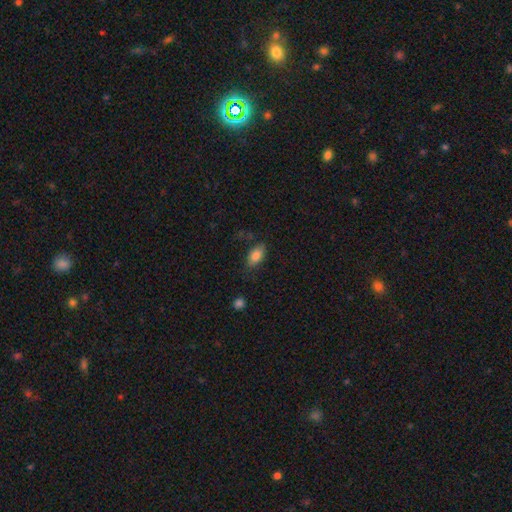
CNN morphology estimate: Smooth or featured?
  - smooth: 83% *
  - featured or disk: 9%
  - star or artifact: 8%
How rounded?
  - in between: 90% *
  - cigar-shaped: 6%
  - round: 4%
Merging?
  - none: 76% *
  - minor disturbance: 17%
  - major disturbance: 5%
  - merger: 2%